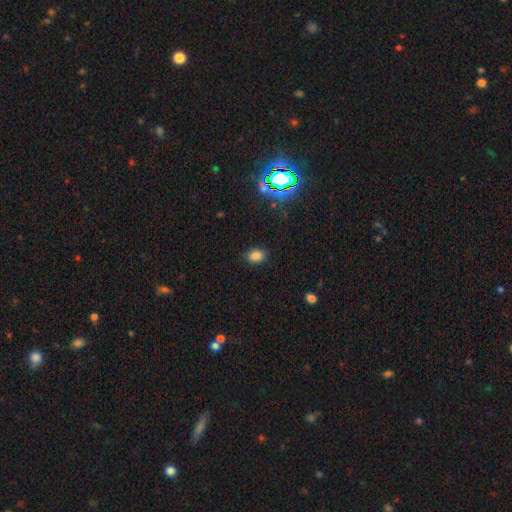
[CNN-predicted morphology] The model was most divided on "how rounded": in between: 76%, round: 22%, cigar-shaped: 1%. More confident: merging — none (86%); smooth or featured — smooth (79%).